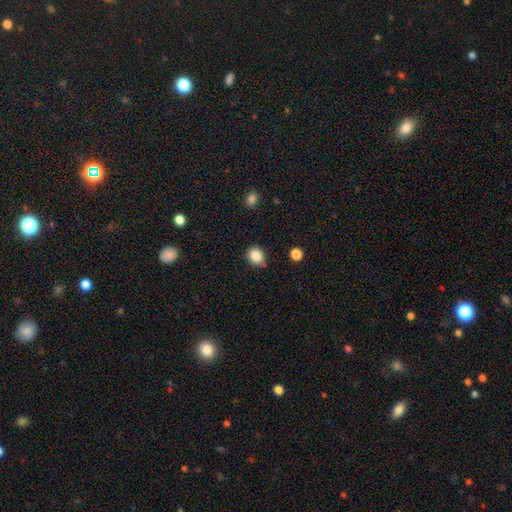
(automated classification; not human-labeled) smooth 85%, star or artifact 10%, featured or disk 5%. Down the decision tree: how rounded — round (66%); merging — none (81%).